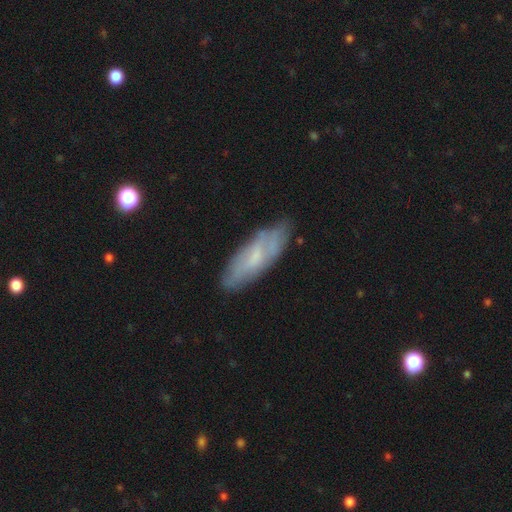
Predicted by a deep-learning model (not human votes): This is possibly a smooth galaxy (47%). Merging: likely none (76%).